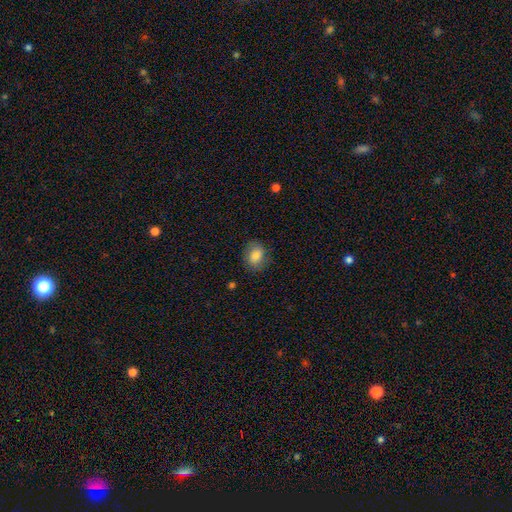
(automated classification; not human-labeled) Q: Smooth or featured?
A: smooth (81%); runner-up: featured or disk (11%)
Q: How rounded?
A: in between (57%); runner-up: round (42%)
Q: Merging?
A: none (81%); runner-up: minor disturbance (14%)